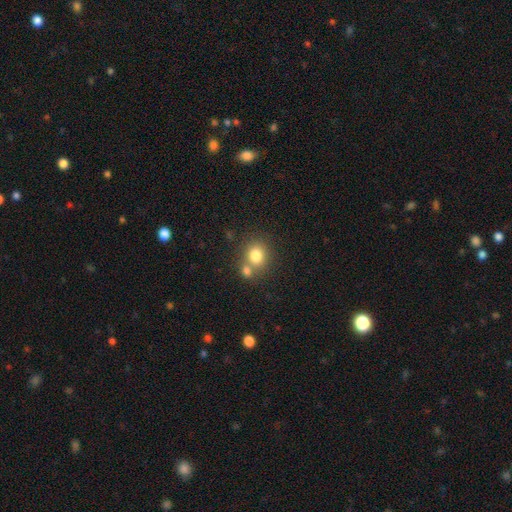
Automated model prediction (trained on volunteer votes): smooth-or-featured: smooth: 79% | star or artifact: 11% | featured or disk: 10%
  how-rounded: round: 74% | in between: 25% | cigar-shaped: 1%
  merging: none: 55% | merger: 33% | minor disturbance: 9% | major disturbance: 3%